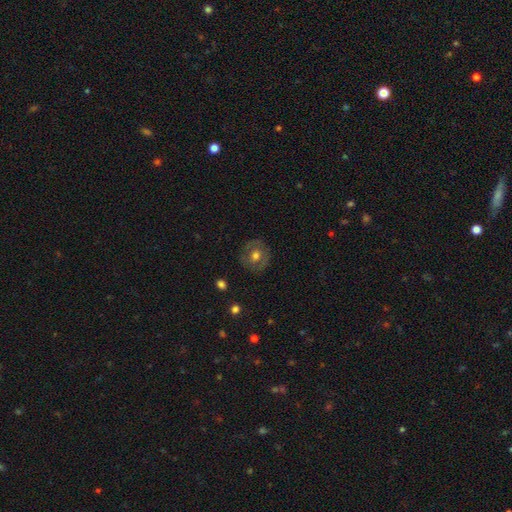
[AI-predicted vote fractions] Overall: smooth (53%; featured or disk 39%). How rounded: round (87%). Merging: none (83%).